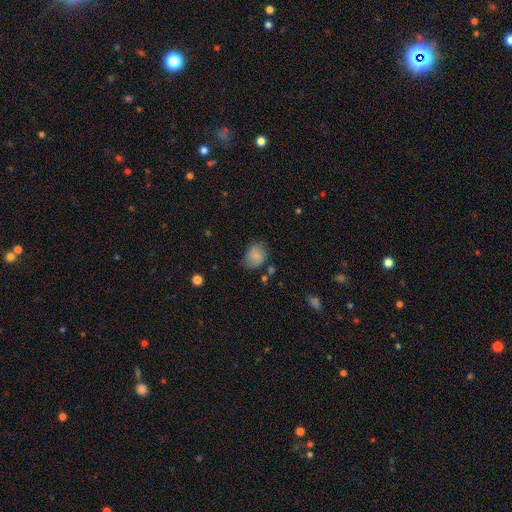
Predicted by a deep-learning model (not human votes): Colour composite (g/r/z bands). It shows a smooth galaxy with no disk features (81%) that is in between round and cigar-shaped (51%). Merging: none (63%).